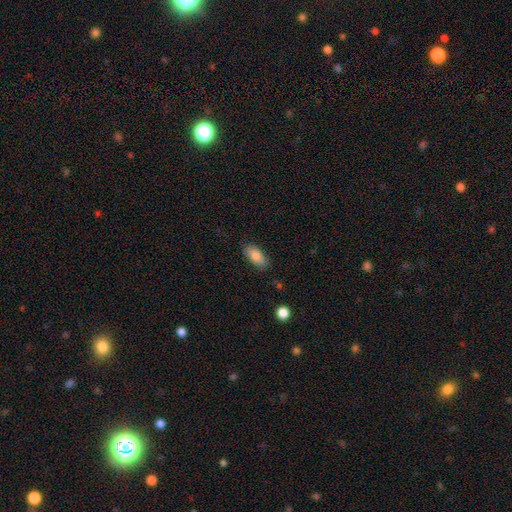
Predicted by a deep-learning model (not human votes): The model was most divided on "merging": none: 83%, minor disturbance: 13%, major disturbance: 3%, merger: 1%. More confident: how rounded — in between (89%); smooth or featured — smooth (83%).